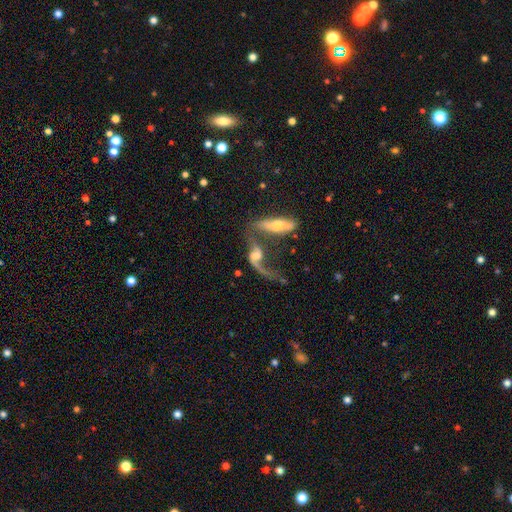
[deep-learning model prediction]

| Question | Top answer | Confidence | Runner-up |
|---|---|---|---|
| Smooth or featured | featured or disk | 73% | smooth (19%) |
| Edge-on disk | no | 83% | yes (17%) |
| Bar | no | 57% | weak (32%) |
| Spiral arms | yes | 80% | no (20%) |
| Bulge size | moderate | 52% | small (25%) |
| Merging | merger | 58% | major disturbance (19%) |